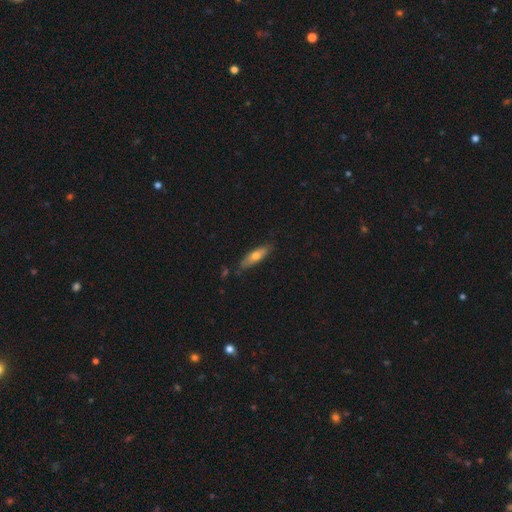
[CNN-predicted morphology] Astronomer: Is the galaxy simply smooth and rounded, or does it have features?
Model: smooth — 60%.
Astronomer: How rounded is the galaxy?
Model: cigar-shaped — 61% (runner-up: in between, 37%).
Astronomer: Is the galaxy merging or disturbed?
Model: none — 80%.